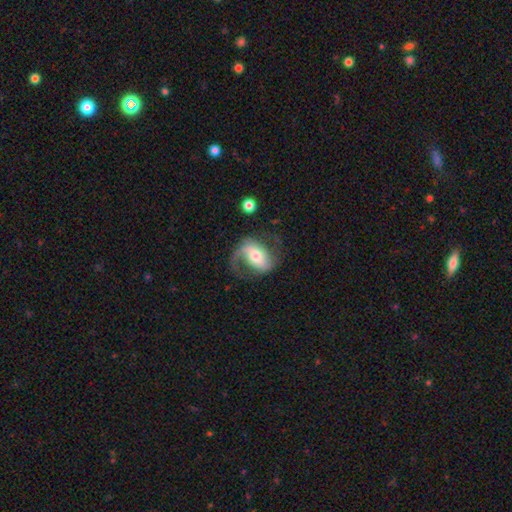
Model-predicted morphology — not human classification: Smooth or featured? featured or disk (79%)
Edge-on disk? no (97%)
Bar? weak (40%)
Spiral arms? yes (94%)
Spiral winding? loose (48%)
Spiral arm count? 2 (67%)
Bulge size? moderate (60%)
Merging? none (56%)